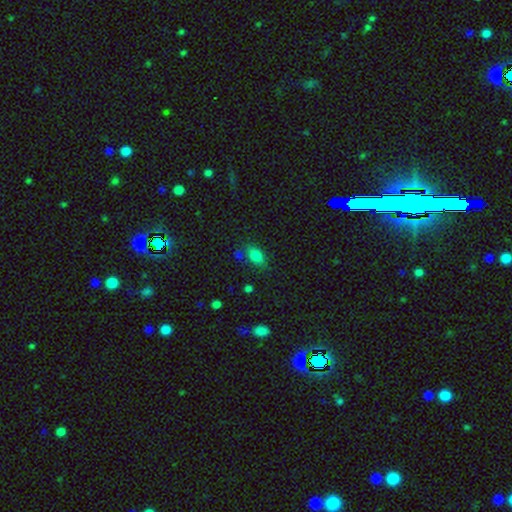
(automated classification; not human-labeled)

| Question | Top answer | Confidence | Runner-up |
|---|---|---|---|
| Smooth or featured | smooth | 80% | star or artifact (12%) |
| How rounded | in between | 75% | round (22%) |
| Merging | none | 63% | minor disturbance (23%) |